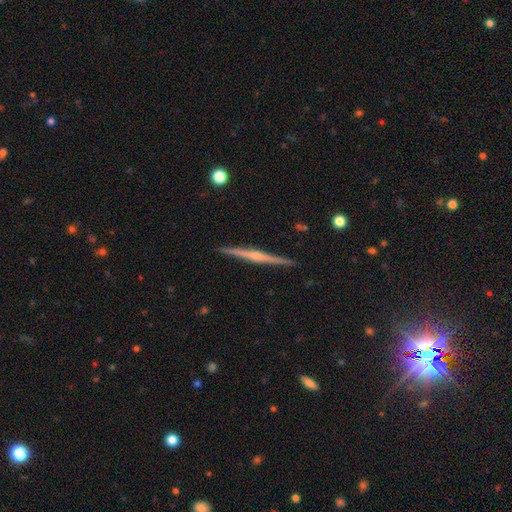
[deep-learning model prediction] Smooth or featured?
  - featured or disk: 79% *
  - smooth: 15%
  - star or artifact: 5%
Edge-on disk?
  - yes: 99% *
  - no: 1%
Edge-on bulge?
  - rounded: 70% *
  - none: 20%
  - boxy: 10%
Merging?
  - none: 92% *
  - minor disturbance: 6%
  - major disturbance: 1%
  - merger: 1%